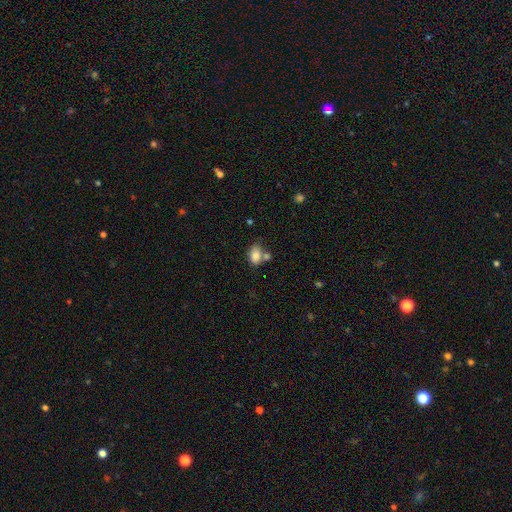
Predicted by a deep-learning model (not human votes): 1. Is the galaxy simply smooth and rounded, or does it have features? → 82% smooth, 9% featured or disk, 9% star or artifact.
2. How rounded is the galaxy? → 83% in between, 16% round, 1% cigar-shaped.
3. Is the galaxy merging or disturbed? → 48% none, 29% merger, 17% minor disturbance, 6% major disturbance.